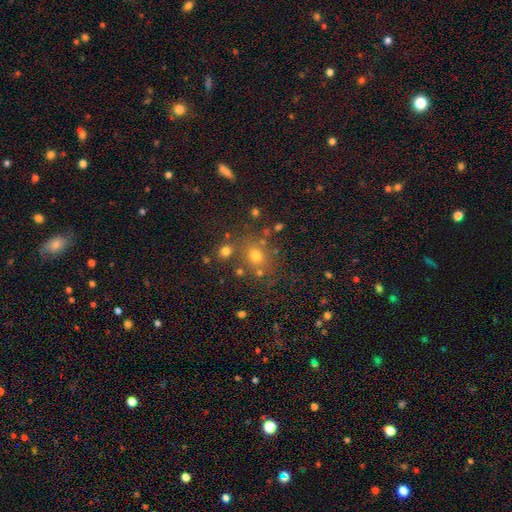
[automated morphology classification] Smooth or featured?
  - smooth: 65% *
  - star or artifact: 24%
  - featured or disk: 11%
How rounded?
  - round: 73% *
  - in between: 26%
  - cigar-shaped: 1%
Merging?
  - none: 72% *
  - merger: 11%
  - minor disturbance: 11%
  - major disturbance: 5%